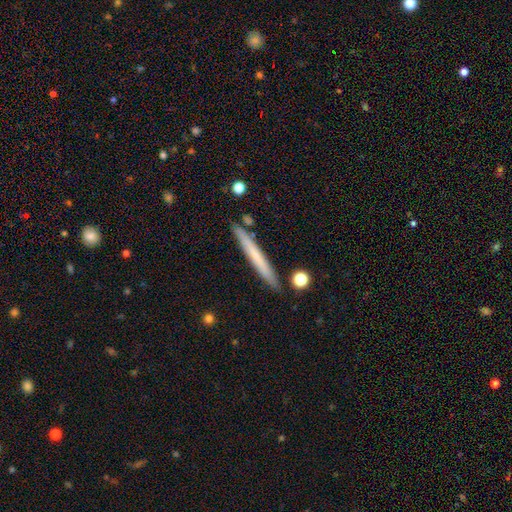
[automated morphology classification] This is possibly a smooth galaxy (60%). How rounded: clearly cigar-shaped (96%). Merging: clearly none (86%).